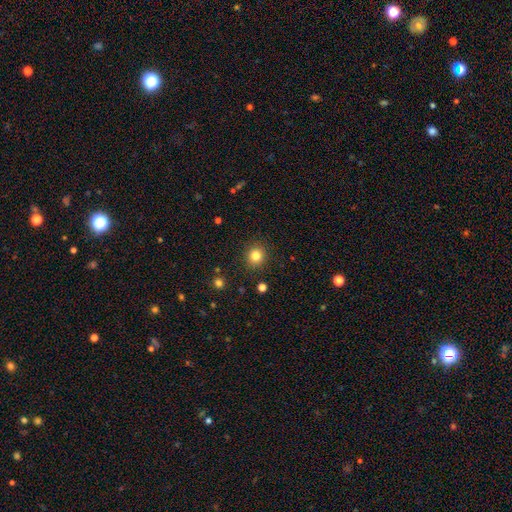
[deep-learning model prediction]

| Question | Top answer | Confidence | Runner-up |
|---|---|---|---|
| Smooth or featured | smooth | 82% | star or artifact (13%) |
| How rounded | round | 90% | in between (9%) |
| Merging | none | 90% | minor disturbance (6%) |